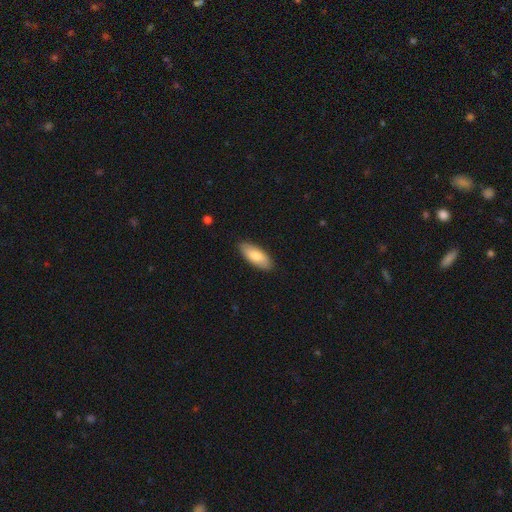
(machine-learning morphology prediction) The model was most divided on "smooth or featured": smooth: 80%, featured or disk: 15%, star or artifact: 5%. More confident: merging — none (87%); how rounded — in between (82%).